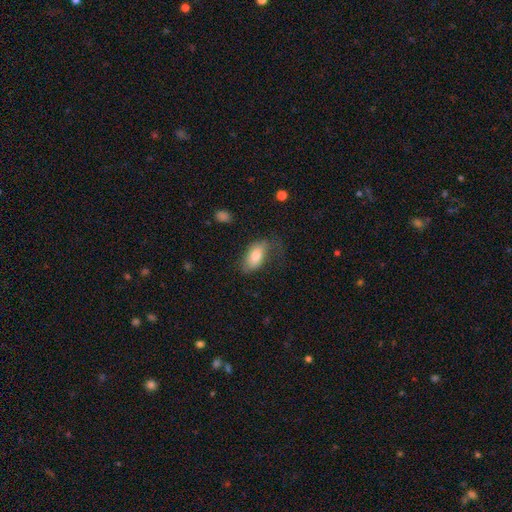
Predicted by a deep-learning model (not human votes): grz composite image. It shows a smooth galaxy with no disk features (77%) that is in between round and cigar-shaped (92%). Merging: none (46%).